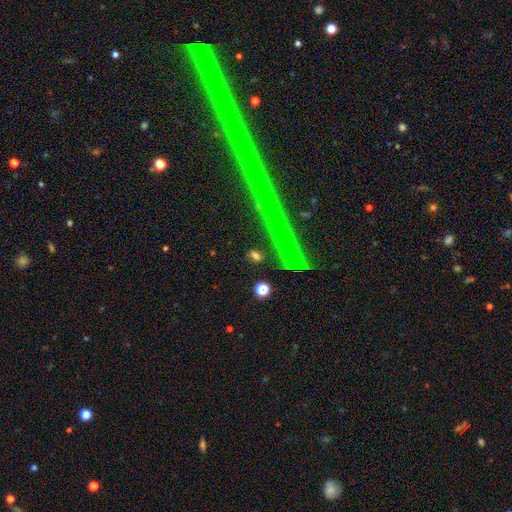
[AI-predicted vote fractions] smooth 52%, star or artifact 37%, featured or disk 11%. Down the decision tree: how rounded — in between (56%); merging — none (82%).